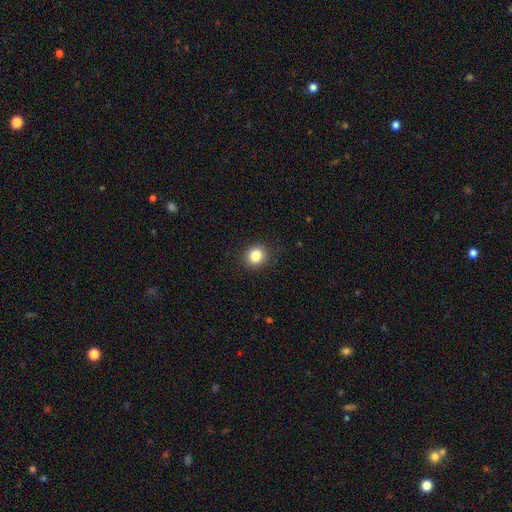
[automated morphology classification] smooth_or_featured: smooth (p=0.83) [alt: star or artifact p=0.11]
how_rounded: round (p=0.80) [alt: in between p=0.19]
merging: none (p=0.89) [alt: minor disturbance p=0.07]